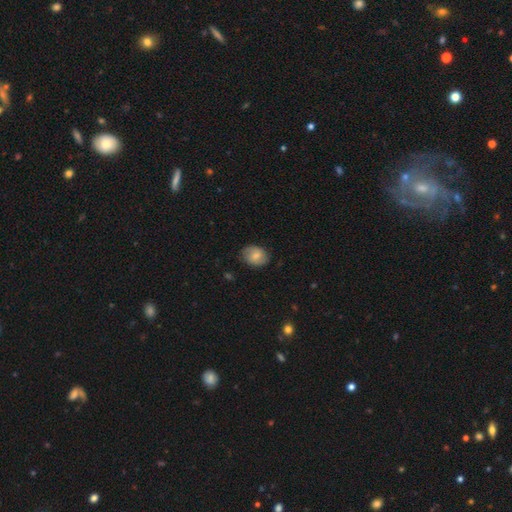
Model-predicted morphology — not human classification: Overall: smooth (64%; featured or disk 29%). How rounded: in between (60%; round 39%). Merging: none (77%).